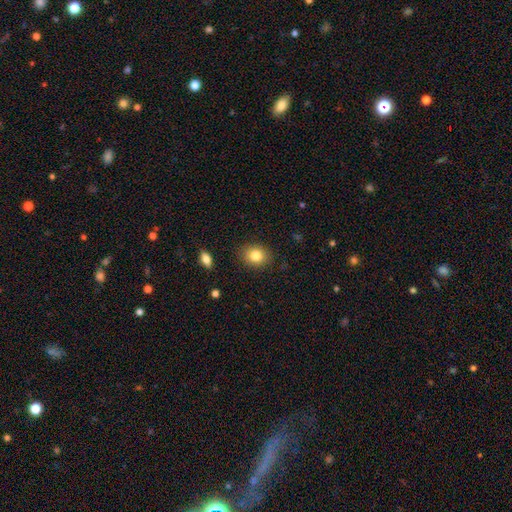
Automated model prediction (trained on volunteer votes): smooth_or_featured: smooth (p=0.83) [alt: star or artifact p=0.09]
how_rounded: round (p=0.54) [alt: in between p=0.45]
merging: none (p=0.87) [alt: minor disturbance p=0.09]